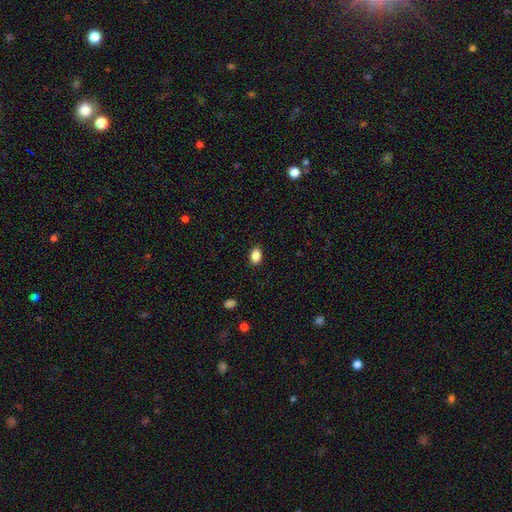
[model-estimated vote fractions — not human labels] A smooth galaxy with no disk features (87%) that is in between round and cigar-shaped (81%).

Vote fractions:
- Smooth or featured? smooth: 87% / star or artifact: 9% / featured or disk: 4%
- How rounded? in between: 81% / round: 18% / cigar-shaped: 1%
- Merging? none: 88% / minor disturbance: 9% / major disturbance: 2% / merger: 1%